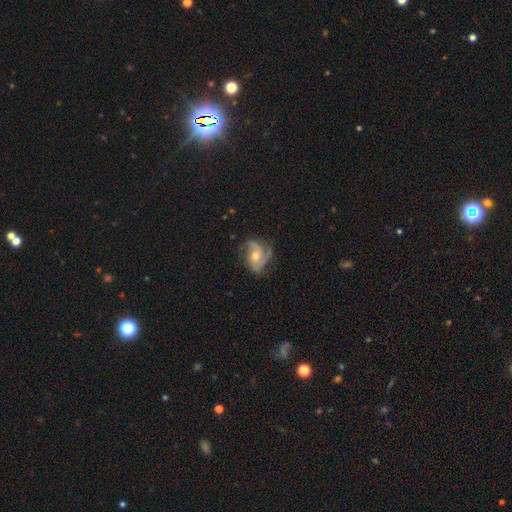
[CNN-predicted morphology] smooth_or_featured: featured or disk (p=0.82) [alt: smooth p=0.12]
disk_edge_on: no (p=0.97) [alt: yes p=0.03]
bar: no (p=0.68) [alt: weak p=0.25]
has_spiral_arms: yes (p=0.95) [alt: no p=0.05]
spiral_winding: medium (p=0.49) [alt: tight p=0.26]
spiral_arm_count: 3 (p=0.42) [alt: 2 p=0.36]
bulge_size: moderate (p=0.60) [alt: small p=0.36]
merging: none (p=0.61) [alt: minor disturbance p=0.24]